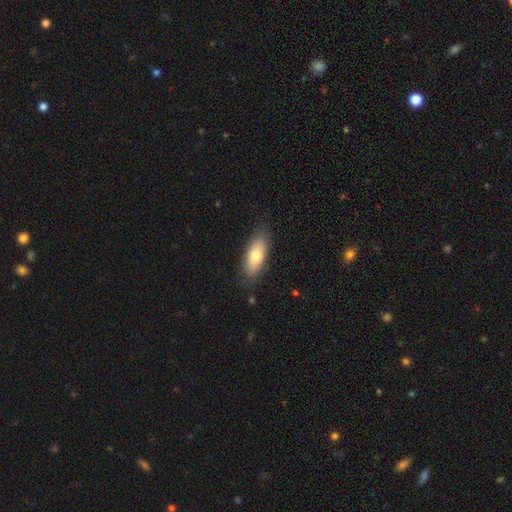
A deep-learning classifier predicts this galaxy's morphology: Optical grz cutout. It shows a smooth galaxy with no disk features (74%) that is in between round and cigar-shaped (76%). Merging: none (84%).